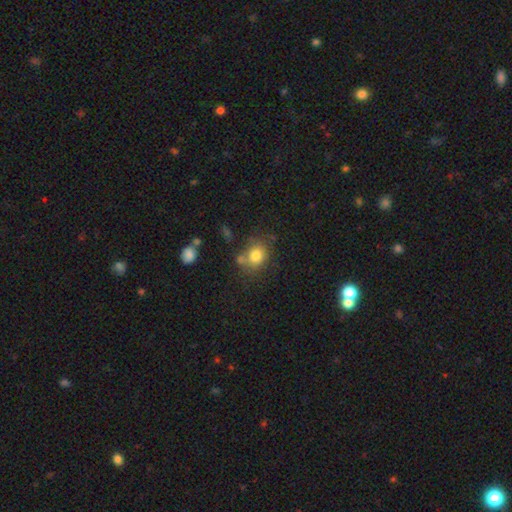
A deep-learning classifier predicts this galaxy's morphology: This is likely a smooth galaxy (79%). How rounded: likely round (63%). Merging: likely none (61%).